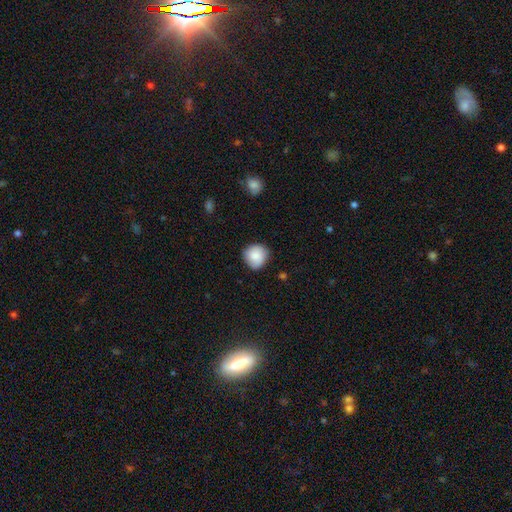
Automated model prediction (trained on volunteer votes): Overall: smooth (85%). How rounded: round (89%). Merging: none (82%).